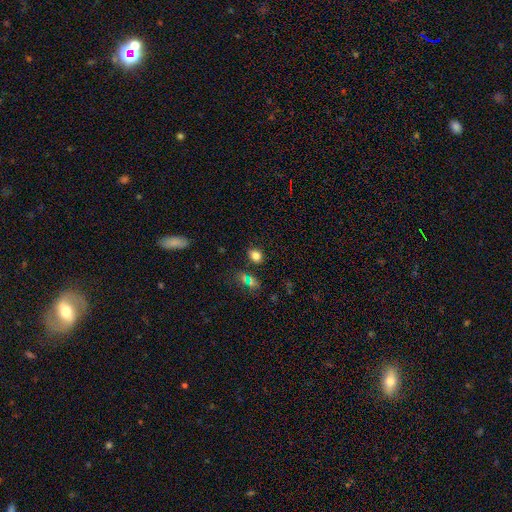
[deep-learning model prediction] Smooth or featured?
  - smooth: 80% *
  - star or artifact: 14%
  - featured or disk: 6%
How rounded?
  - round: 54% *
  - in between: 45%
  - cigar-shaped: 1%
Merging?
  - none: 80% *
  - minor disturbance: 11%
  - merger: 6%
  - major disturbance: 3%